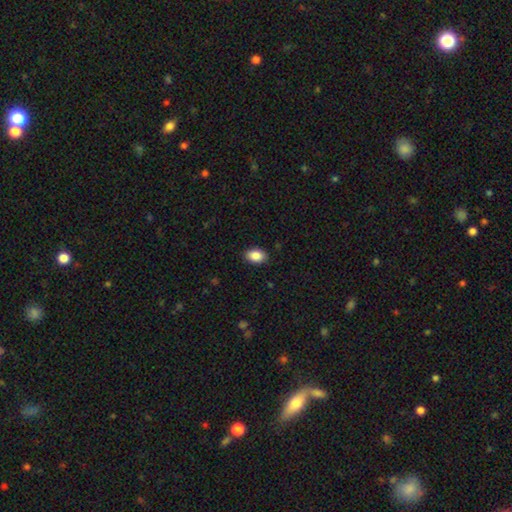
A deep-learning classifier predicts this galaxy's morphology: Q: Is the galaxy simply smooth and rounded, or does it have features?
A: smooth — 88%.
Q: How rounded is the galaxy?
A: in between — 88%.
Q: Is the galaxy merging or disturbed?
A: none — 89%.